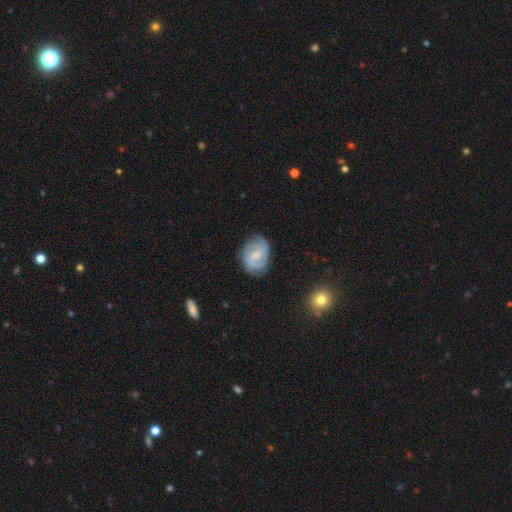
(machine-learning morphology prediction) Overall: featured or disk (66%; smooth 27%). Edge-on disk: no (97%). Bar: weak (46%, tied with no). Spiral arms: yes (89%). Spiral arm count: 2 (44%; can't tell 28%). Spiral winding: tight (48%; medium 39%). Bulge size: small (49%; moderate 40%). Merging: none (72%).